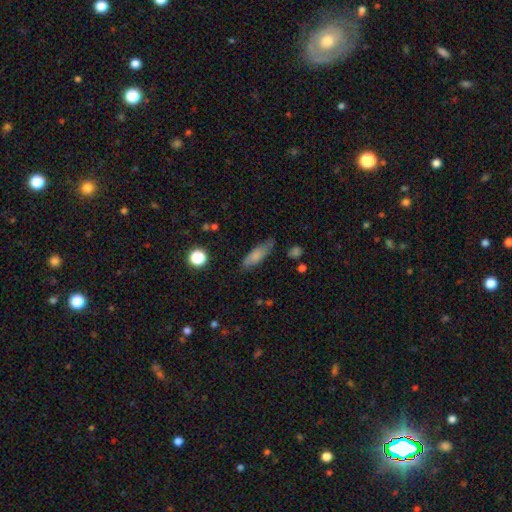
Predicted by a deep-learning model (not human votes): Smooth or featured?
  - smooth: 77% *
  - featured or disk: 15%
  - star or artifact: 8%
How rounded?
  - in between: 52% *
  - cigar-shaped: 45%
  - round: 3%
Merging?
  - none: 69% *
  - minor disturbance: 23%
  - major disturbance: 6%
  - merger: 2%